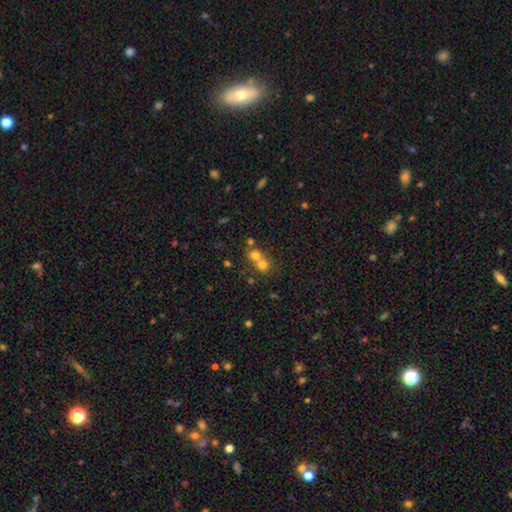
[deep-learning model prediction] Morphology: type=smooth (70%); roundness=round (82%); merging=merger (62%).